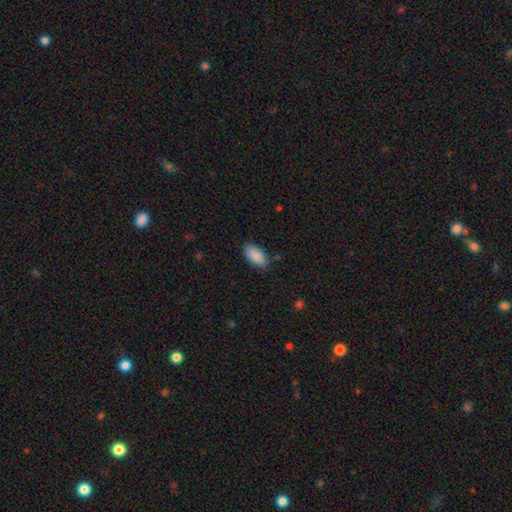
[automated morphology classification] Smooth or featured?
  - smooth: 89% *
  - star or artifact: 6%
  - featured or disk: 4%
How rounded?
  - in between: 93% *
  - cigar-shaped: 5%
  - round: 2%
Merging?
  - none: 83% *
  - minor disturbance: 13%
  - major disturbance: 3%
  - merger: 1%